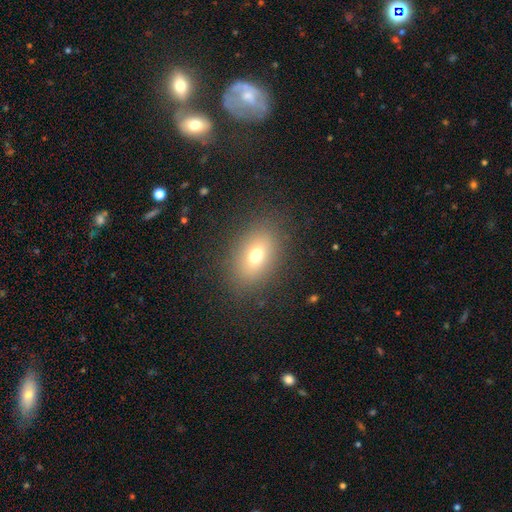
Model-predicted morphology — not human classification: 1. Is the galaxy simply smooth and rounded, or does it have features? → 70% smooth, 16% featured or disk, 14% star or artifact.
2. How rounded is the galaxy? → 75% in between, 23% round, 2% cigar-shaped.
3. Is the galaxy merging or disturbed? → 84% none, 10% minor disturbance, 5% major disturbance, 1% merger.